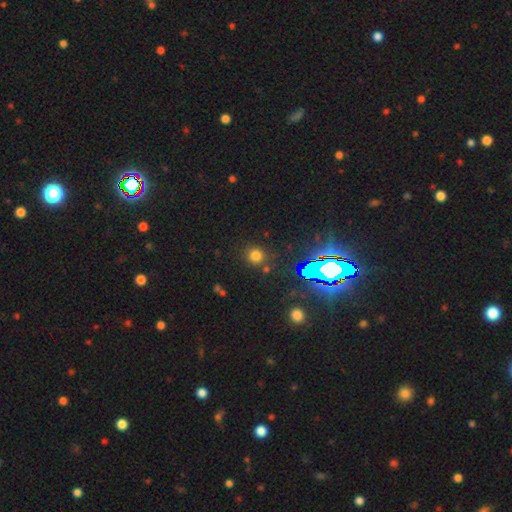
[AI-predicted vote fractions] smooth_or_featured: smooth (p=0.67) [alt: star or artifact p=0.27]
how_rounded: round (p=0.89) [alt: in between p=0.09]
merging: none (p=0.85) [alt: minor disturbance p=0.08]